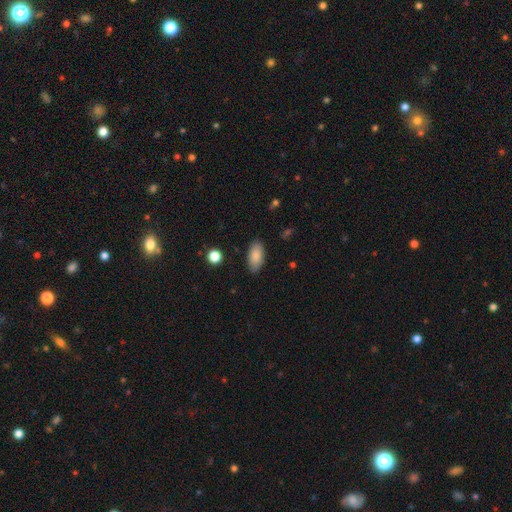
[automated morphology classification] This appears to be a smooth galaxy with no disk features (85%) that is in between round and cigar-shaped (92%). Merging: none (86%).